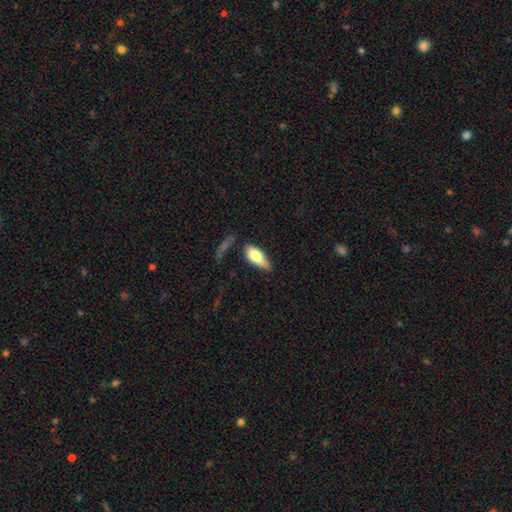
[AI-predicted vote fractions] This is likely a smooth galaxy (68%). How rounded: likely in between (79%). Merging: possibly none (49%).